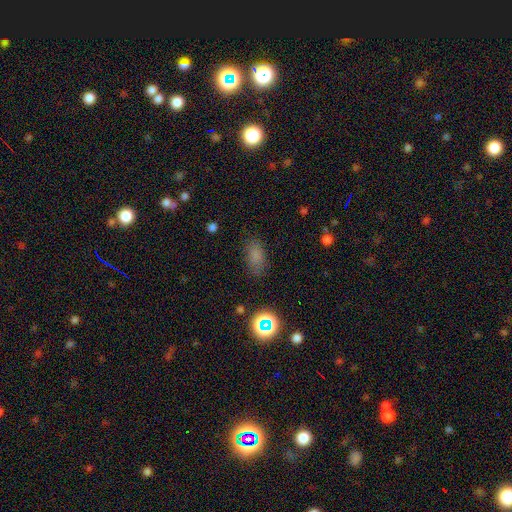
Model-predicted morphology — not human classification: smooth-or-featured: smooth: 77% | star or artifact: 16% | featured or disk: 7%
  how-rounded: in between: 86% | round: 9% | cigar-shaped: 5%
  merging: none: 79% | minor disturbance: 15% | major disturbance: 5% | merger: 2%